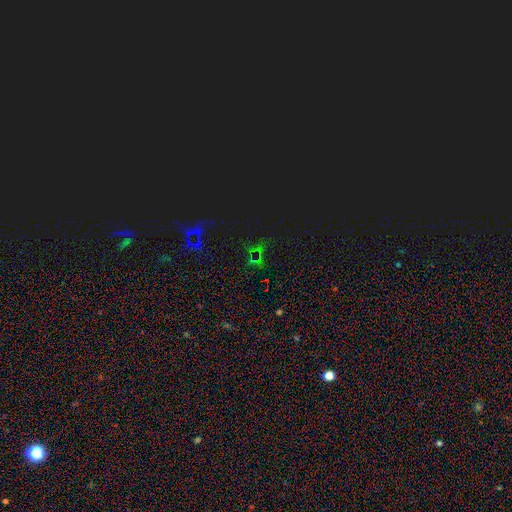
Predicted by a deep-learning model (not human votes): Q: Smooth or featured?
A: star or artifact (76%); runner-up: smooth (15%)